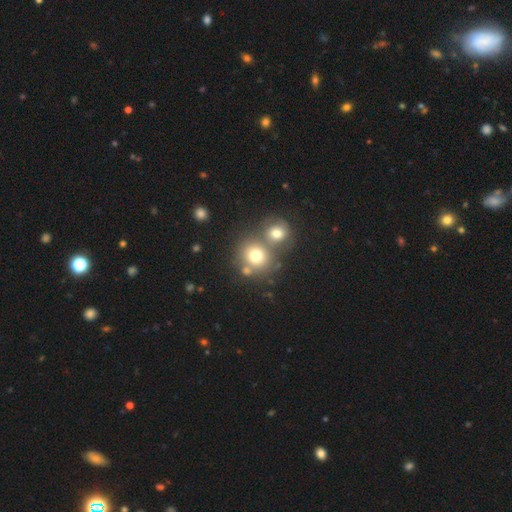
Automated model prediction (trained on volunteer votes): Smooth or featured: smooth — 72% (featured or disk — 16%)
How rounded: round — 84% (in between — 15%)
Merging: none — 45% (merger — 44%)